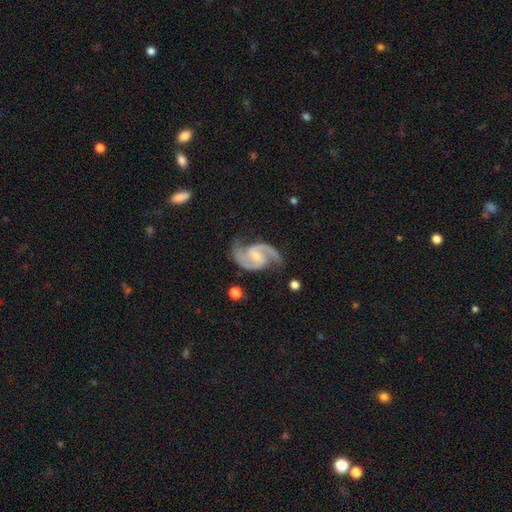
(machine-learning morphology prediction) Smooth or featured: featured or disk — 93% (star or artifact — 4%)
Edge-on disk: no — 98% (yes — 2%)
Bar: weak — 54% (no — 27%)
Spiral arms: yes — 98% (no — 2%)
Spiral winding: medium — 61% (loose — 25%)
Spiral arm count: 2 — 94% (can't tell — 2%)
Bulge size: small — 54% (moderate — 36%)
Merging: none — 74% (minor disturbance — 17%)